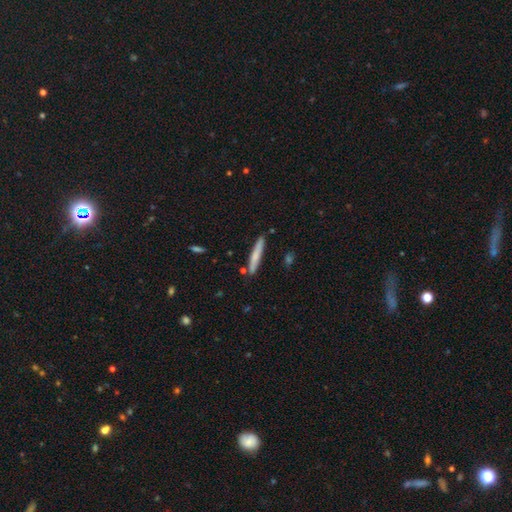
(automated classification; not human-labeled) smooth-or-featured: smooth: 69% | featured or disk: 25% | star or artifact: 6%
  how-rounded: cigar-shaped: 94% | in between: 5% | round: 1%
  merging: none: 83% | minor disturbance: 11% | merger: 4% | major disturbance: 2%